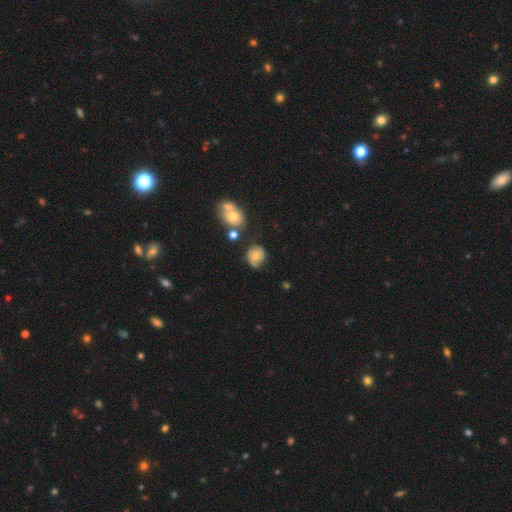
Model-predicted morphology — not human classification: A smooth galaxy with no disk features (47%).

Vote fractions:
- Smooth or featured? smooth: 47% / featured or disk: 43% / star or artifact: 9%
- Merging? none: 55% / minor disturbance: 28% / major disturbance: 10% / merger: 7%